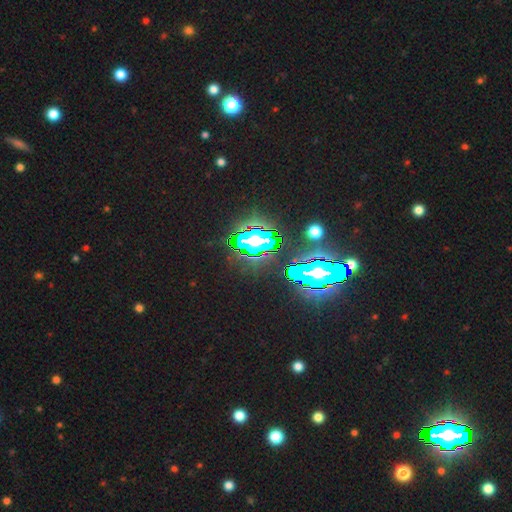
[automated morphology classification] Smooth or featured: star or artifact — 84% (smooth — 9%)